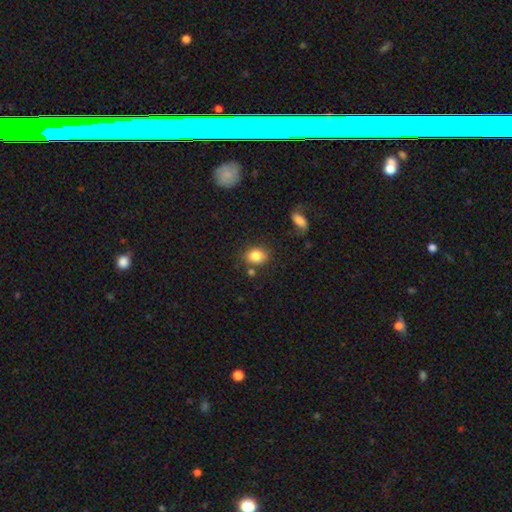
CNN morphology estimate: This is clearly a smooth galaxy (84%). How rounded: possibly round (51%). Merging: likely none (75%).